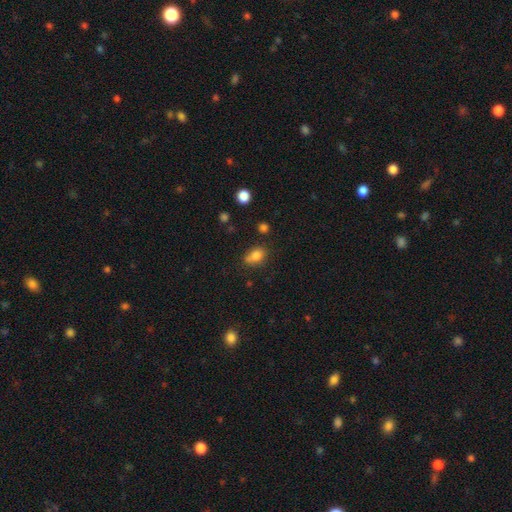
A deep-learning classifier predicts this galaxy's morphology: A smooth galaxy with no disk features (80%) that is in between round and cigar-shaped (71%).

Vote fractions:
- Smooth or featured? smooth: 80% / star or artifact: 11% / featured or disk: 8%
- How rounded? in between: 71% / round: 27% / cigar-shaped: 2%
- Merging? none: 54% / minor disturbance: 26% / merger: 13% / major disturbance: 7%